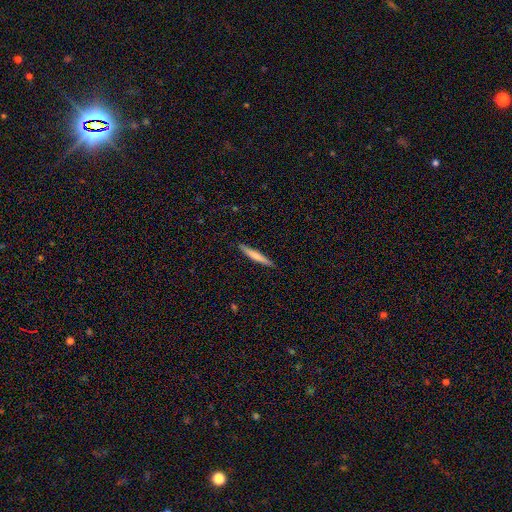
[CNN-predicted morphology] Overall: smooth (66%; featured or disk 29%). How rounded: cigar-shaped (95%). Merging: none (90%).